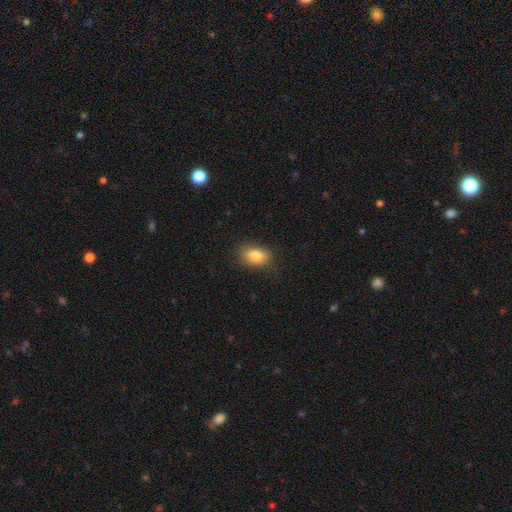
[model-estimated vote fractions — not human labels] This is clearly a smooth galaxy (85%). How rounded: clearly in between (85%). Merging: clearly none (84%).